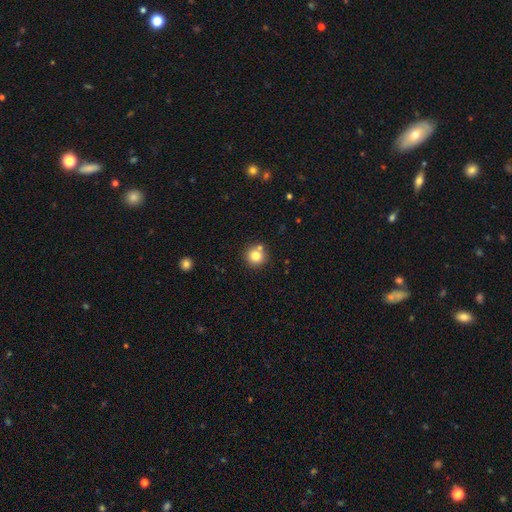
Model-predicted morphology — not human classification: This appears to be a smooth galaxy with no disk features (80%) that is round (94%). Merging: none (75%).